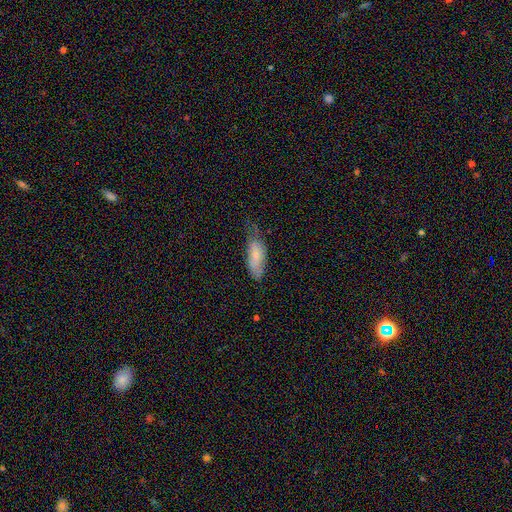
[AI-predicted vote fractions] smooth 69%, featured or disk 24%, star or artifact 7%. Down the decision tree: how rounded — in between (74%); merging — minor disturbance (41%).